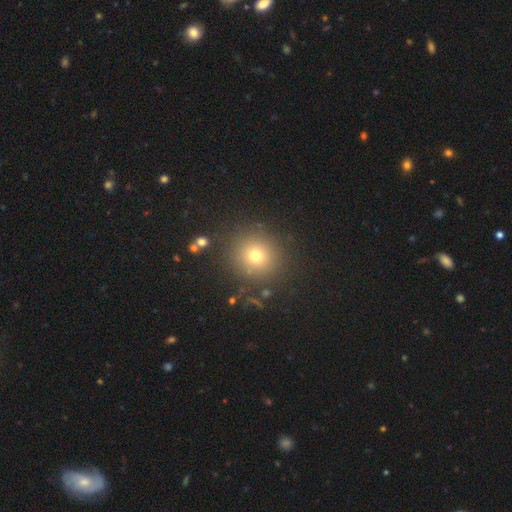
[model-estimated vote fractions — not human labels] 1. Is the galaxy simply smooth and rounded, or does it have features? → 73% smooth, 18% star or artifact, 9% featured or disk.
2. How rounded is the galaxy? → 93% round, 6% in between, 1% cigar-shaped.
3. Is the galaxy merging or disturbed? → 88% none, 7% minor disturbance, 3% major disturbance, 3% merger.